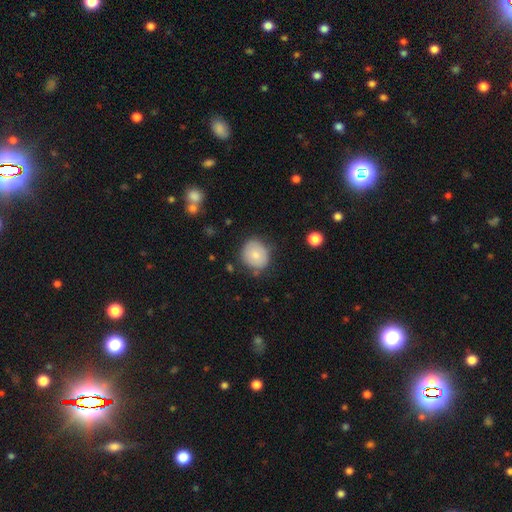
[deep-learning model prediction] smooth_or_featured: smooth (p=0.76) [alt: featured or disk p=0.17]
how_rounded: round (p=0.75) [alt: in between p=0.24]
merging: none (p=0.72) [alt: minor disturbance p=0.21]